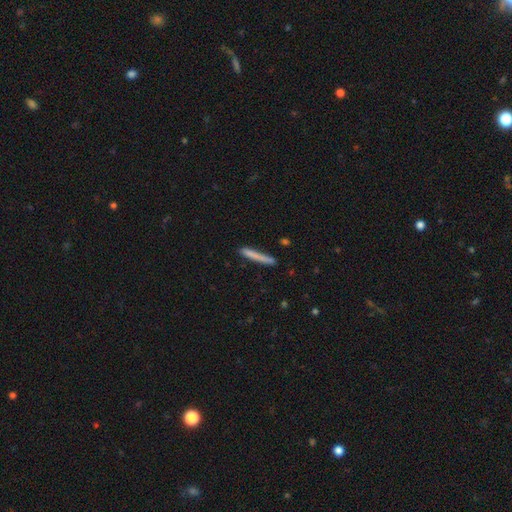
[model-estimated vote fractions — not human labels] A smooth galaxy with no disk features (76%) that is cigar-shaped (96%). Merging: none (85%).